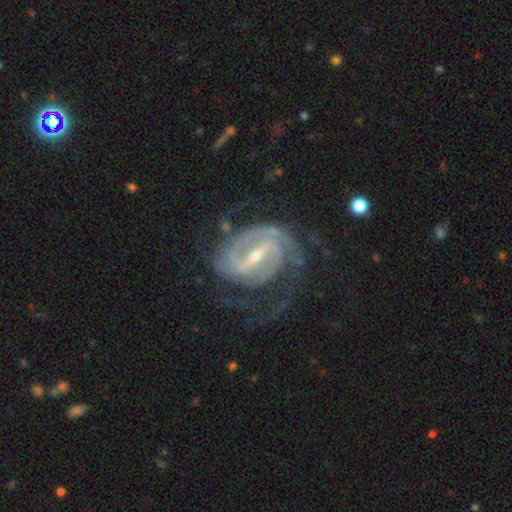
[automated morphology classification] Smooth or featured? featured or disk (92%)
Edge-on disk? no (97%)
Bar? strong (69%)
Spiral arms? yes (98%)
Spiral winding? tight (51%)
Spiral arm count? 2 (67%)
Bulge size? small (60%)
Merging? none (59%)